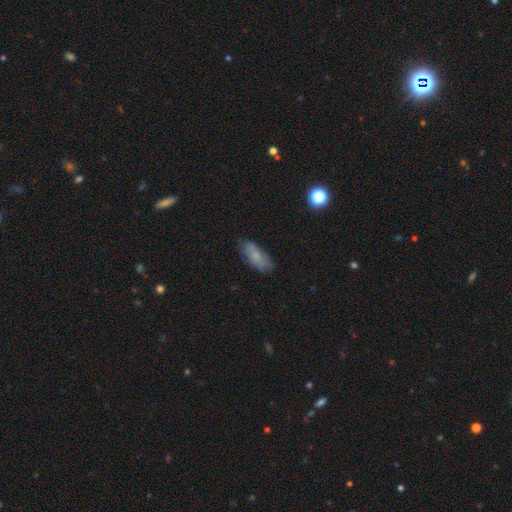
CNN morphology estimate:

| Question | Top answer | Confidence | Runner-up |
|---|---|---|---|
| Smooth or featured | smooth | 70% | featured or disk (22%) |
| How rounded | in between | 79% | cigar-shaped (19%) |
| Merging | none | 71% | minor disturbance (21%) |